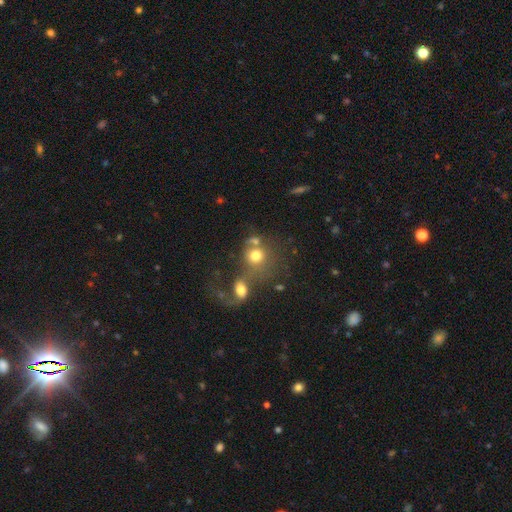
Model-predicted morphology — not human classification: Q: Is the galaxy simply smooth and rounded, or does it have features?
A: smooth — 67%.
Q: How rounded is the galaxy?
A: round — 76%.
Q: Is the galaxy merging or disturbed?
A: merger — 49%.